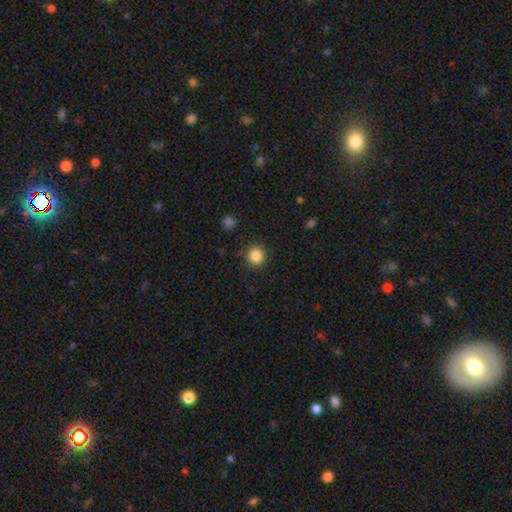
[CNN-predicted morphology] Smooth or featured: smooth — 85% (star or artifact — 11%)
How rounded: round — 93% (in between — 6%)
Merging: none — 90% (minor disturbance — 6%)